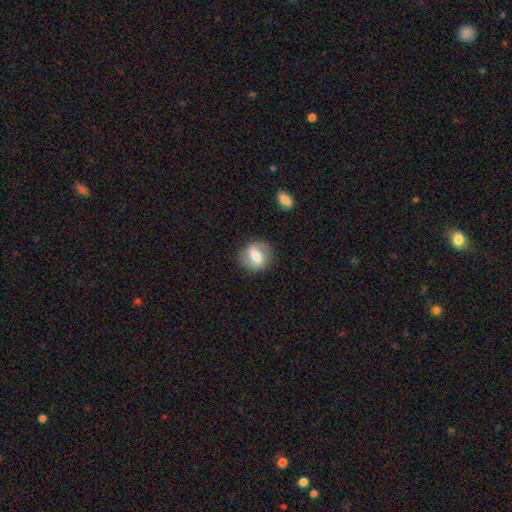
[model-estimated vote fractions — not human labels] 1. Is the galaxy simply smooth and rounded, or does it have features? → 55% smooth, 38% featured or disk, 8% star or artifact.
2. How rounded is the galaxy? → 76% round, 23% in between, 2% cigar-shaped.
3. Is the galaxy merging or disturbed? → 82% none, 12% minor disturbance, 4% major disturbance, 2% merger.